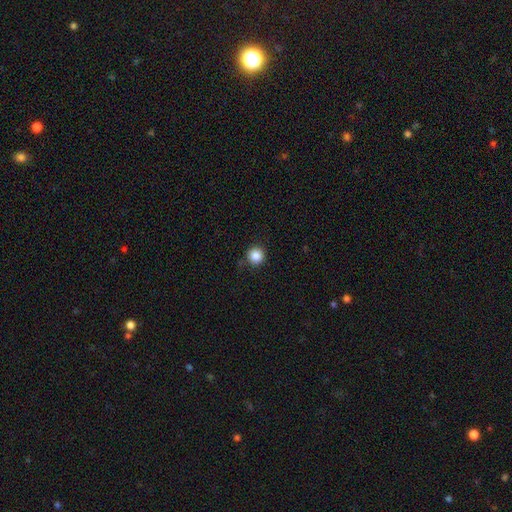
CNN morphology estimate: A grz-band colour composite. It shows a smooth galaxy with no disk features (86%) that is round (95%). Merging: none (87%).